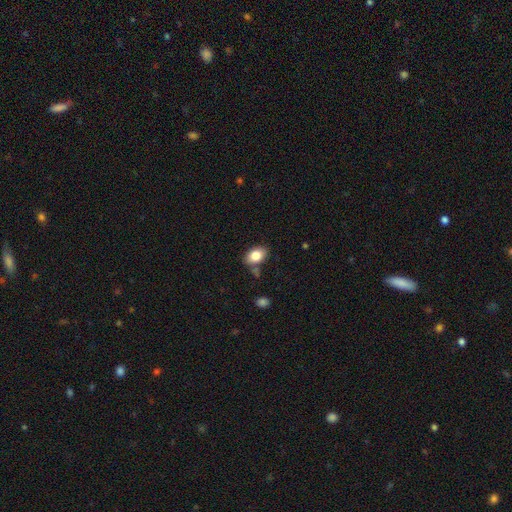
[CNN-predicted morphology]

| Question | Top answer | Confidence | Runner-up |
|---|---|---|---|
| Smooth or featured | smooth | 83% | featured or disk (9%) |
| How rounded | in between | 85% | round (14%) |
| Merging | none | 74% | minor disturbance (15%) |